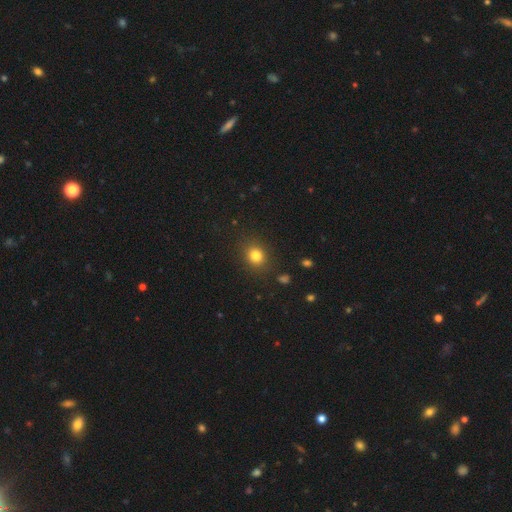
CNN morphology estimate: A smooth galaxy with no disk features (81%) that is round (77%). Merging: none (88%).